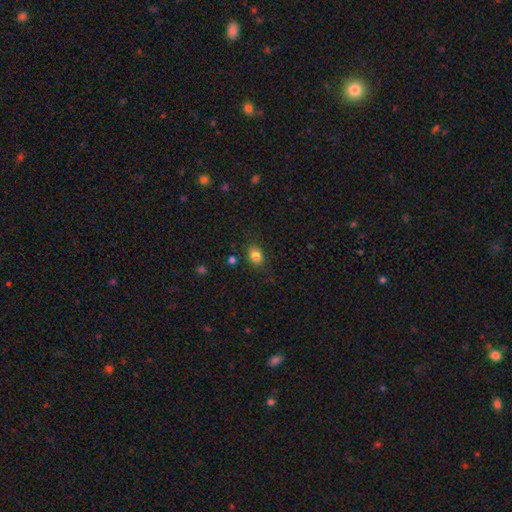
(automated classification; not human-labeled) smooth 83%, star or artifact 11%, featured or disk 7%. Down the decision tree: how rounded — in between (57%); merging — none (84%).